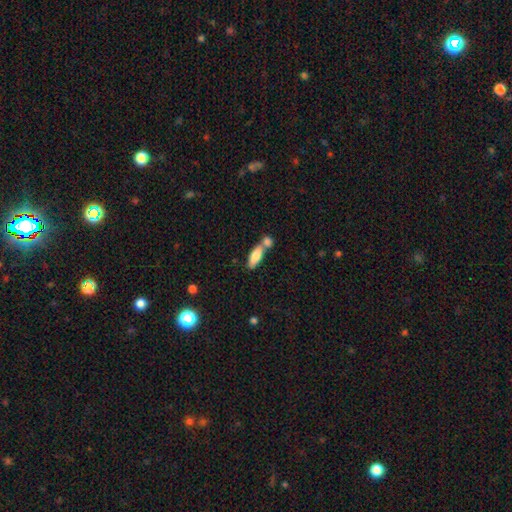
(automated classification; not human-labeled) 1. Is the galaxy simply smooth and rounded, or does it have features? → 79% smooth, 14% featured or disk, 7% star or artifact.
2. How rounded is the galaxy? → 69% in between, 29% cigar-shaped, 3% round.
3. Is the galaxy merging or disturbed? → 48% merger, 39% none, 10% minor disturbance, 3% major disturbance.